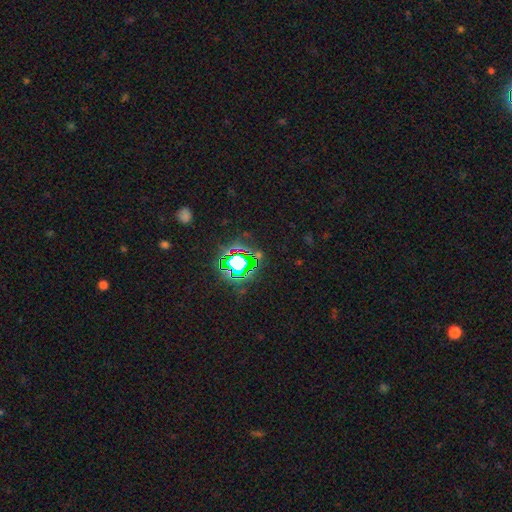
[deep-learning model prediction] This is likely a star or artifact rather than a galaxy (75%).